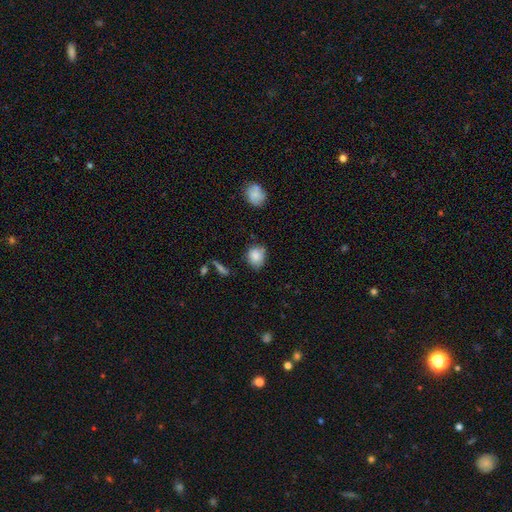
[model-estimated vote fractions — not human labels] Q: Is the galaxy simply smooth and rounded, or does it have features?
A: smooth — 84%.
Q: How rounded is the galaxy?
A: round — 67%.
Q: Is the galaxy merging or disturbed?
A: none — 63%.